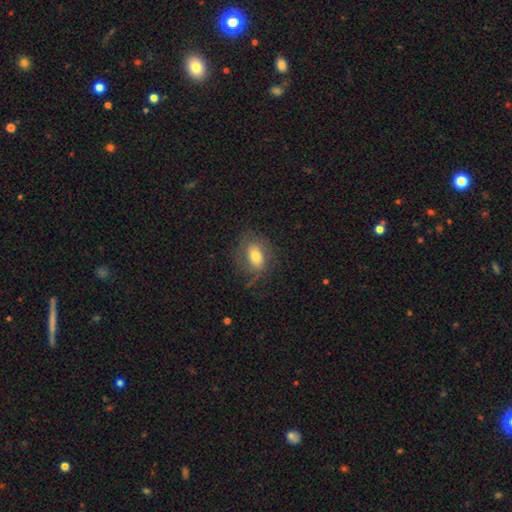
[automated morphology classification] This is likely a smooth galaxy (65%). How rounded: likely in between (72%). Merging: likely none (68%).